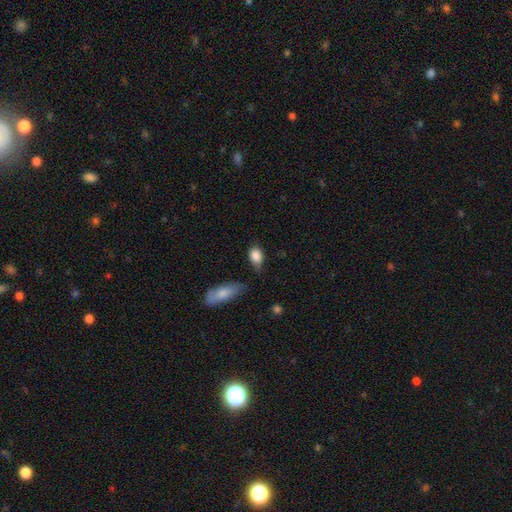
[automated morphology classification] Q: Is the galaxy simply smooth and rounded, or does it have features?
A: smooth — 86%.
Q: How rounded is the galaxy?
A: in between — 83%.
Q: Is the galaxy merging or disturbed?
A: none — 52%.